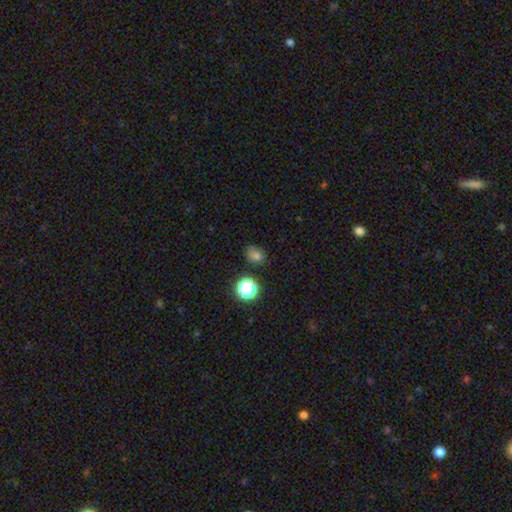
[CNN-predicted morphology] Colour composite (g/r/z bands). It shows a smooth galaxy with no disk features (72%) that is round (58%). Merging: none (79%).